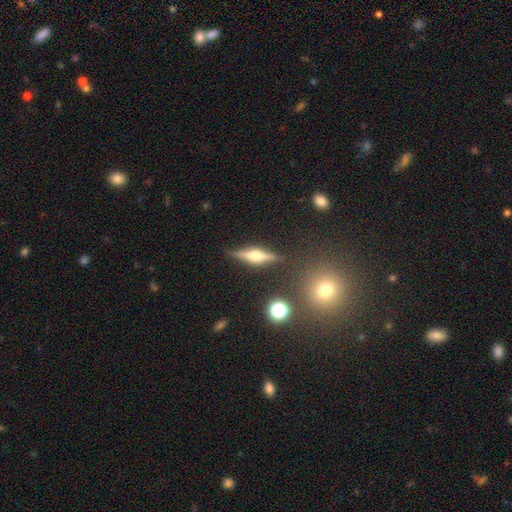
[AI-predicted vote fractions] Smooth or featured? featured or disk (68%)
Edge-on disk? yes (96%)
Edge-on bulge? rounded (91%)
Merging? none (86%)